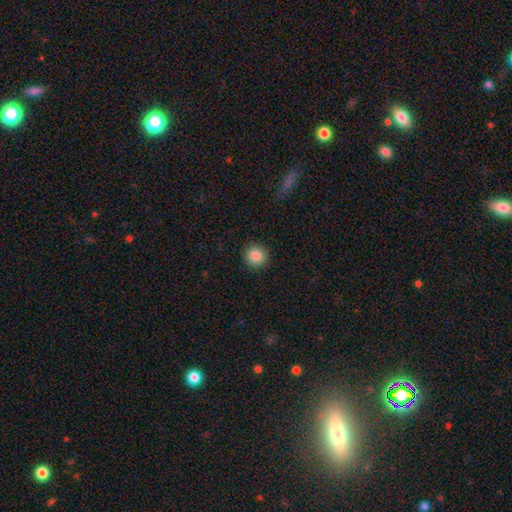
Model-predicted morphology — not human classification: type=smooth (87%); roundness=round (91%); merging=none (91%).